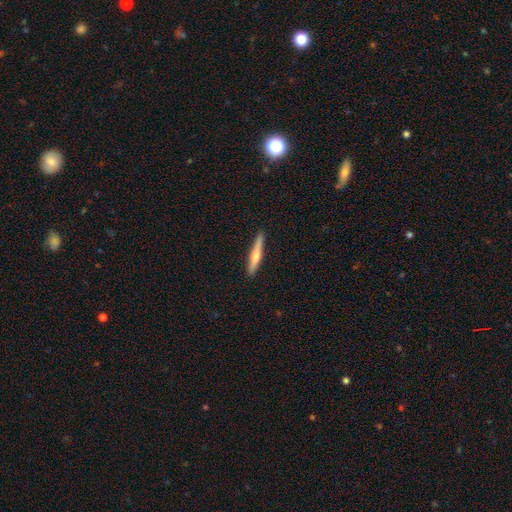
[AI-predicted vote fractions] This is possibly a smooth galaxy (49%). Merging: clearly none (90%).